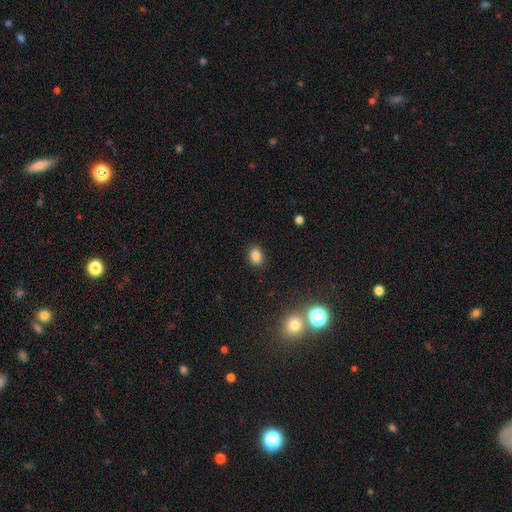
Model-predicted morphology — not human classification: smooth_or_featured: smooth (p=0.84) [alt: star or artifact p=0.11]
how_rounded: in between (p=0.68) [alt: round p=0.31]
merging: none (p=0.88) [alt: minor disturbance p=0.08]